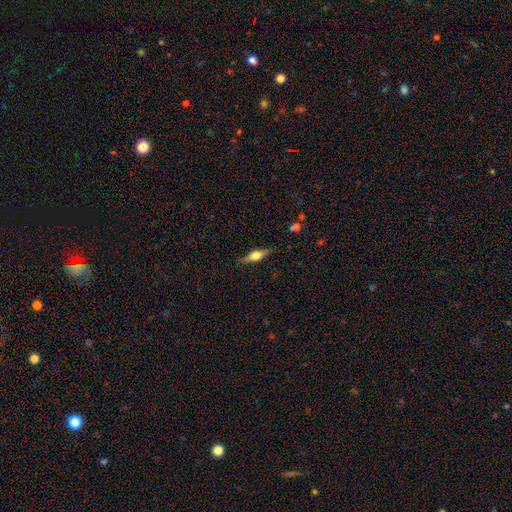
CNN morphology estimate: This appears to be a featured or disk galaxy (64%) viewed edge-on (96%) with a rounded central bulge (91%). Merging: none (87%).